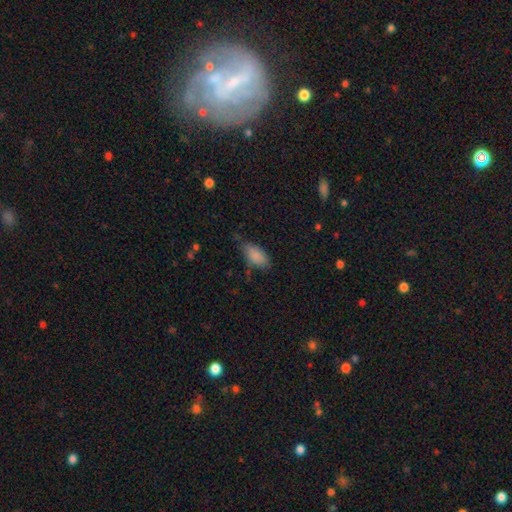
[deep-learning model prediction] Smooth or featured: smooth — 86% (star or artifact — 8%)
How rounded: in between — 92% (cigar-shaped — 5%)
Merging: none — 59% (minor disturbance — 31%)